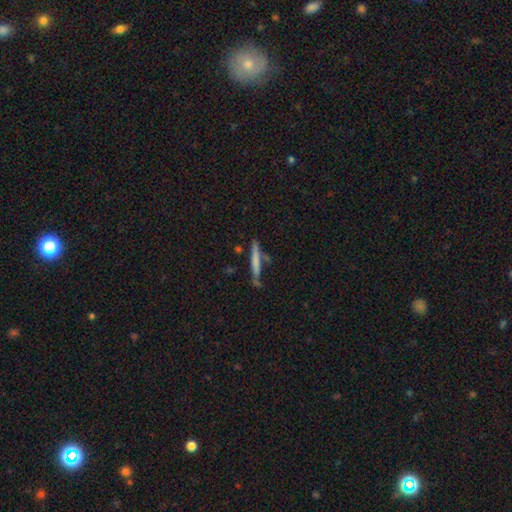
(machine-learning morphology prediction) A smooth galaxy with no disk features (57%) that is cigar-shaped (95%). Merging: none (75%).